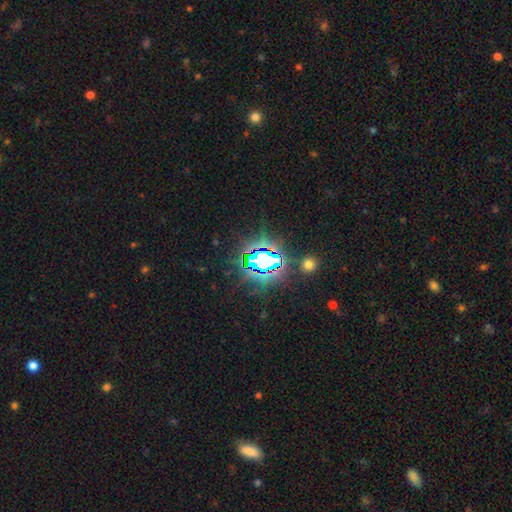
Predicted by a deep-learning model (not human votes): Overall: star or artifact (78%).